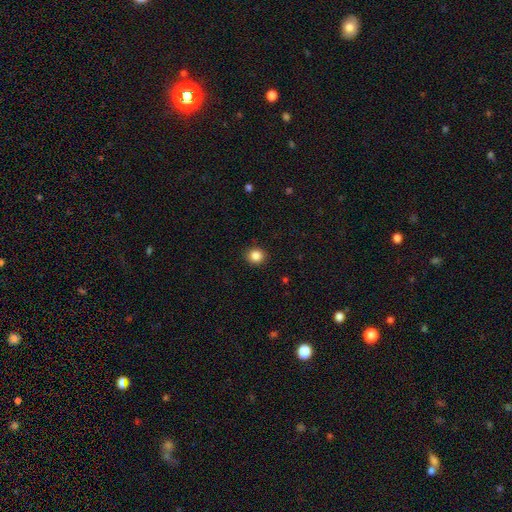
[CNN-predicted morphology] A smooth galaxy with no disk features (85%) that is round (88%).

Vote fractions:
- Smooth or featured? smooth: 85% / star or artifact: 11% / featured or disk: 4%
- How rounded? round: 88% / in between: 11% / cigar-shaped: 1%
- Merging? none: 92% / minor disturbance: 6% / major disturbance: 2% / merger: 1%